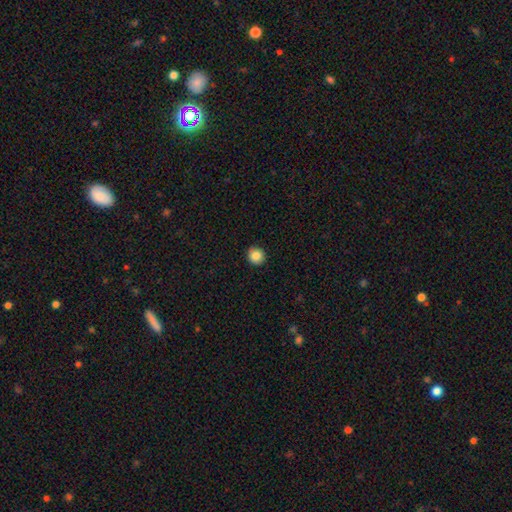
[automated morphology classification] Smooth or featured?
  - smooth: 85% *
  - star or artifact: 9%
  - featured or disk: 6%
How rounded?
  - round: 93% *
  - in between: 6%
  - cigar-shaped: 1%
Merging?
  - none: 92% *
  - minor disturbance: 5%
  - major disturbance: 1%
  - merger: 1%